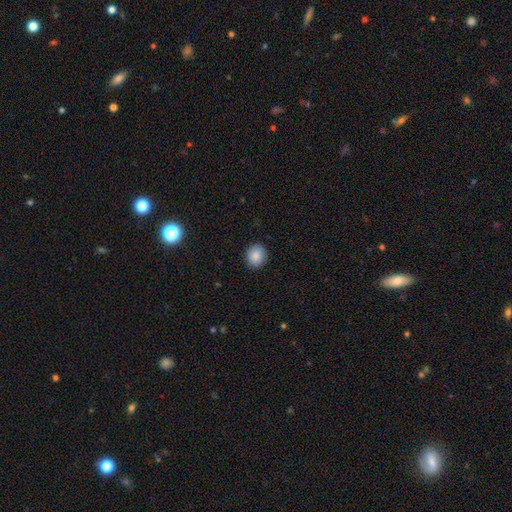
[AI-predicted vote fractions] Smooth or featured?
  - smooth: 87% *
  - star or artifact: 8%
  - featured or disk: 4%
How rounded?
  - round: 81% *
  - in between: 19%
  - cigar-shaped: 1%
Merging?
  - none: 91% *
  - minor disturbance: 6%
  - major disturbance: 2%
  - merger: 1%